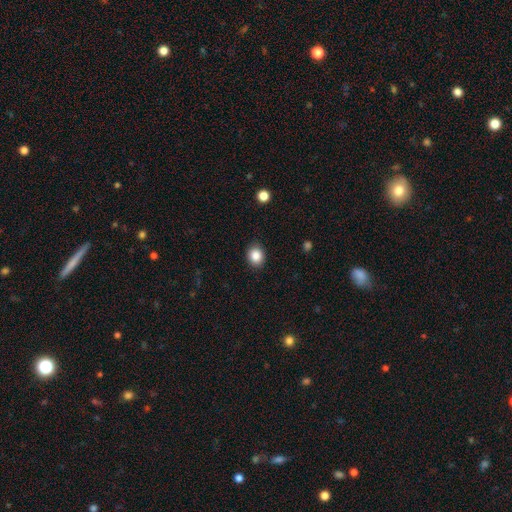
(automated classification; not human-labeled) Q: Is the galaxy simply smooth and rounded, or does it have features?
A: smooth — 86%.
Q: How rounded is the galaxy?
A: round — 63%.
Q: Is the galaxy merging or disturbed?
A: none — 89%.